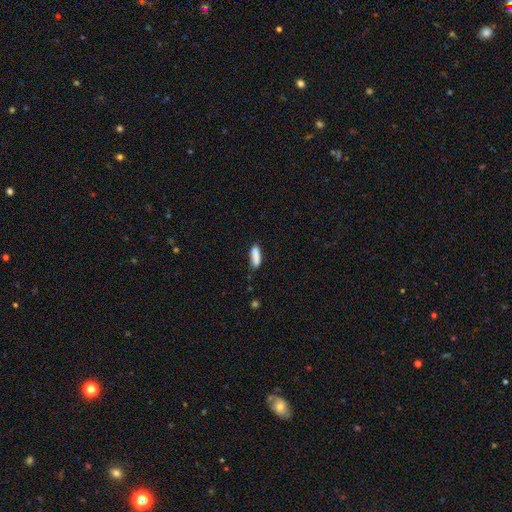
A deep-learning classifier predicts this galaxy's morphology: Q: Smooth or featured?
A: smooth (87%); runner-up: star or artifact (7%)
Q: How rounded?
A: in between (50%); runner-up: cigar-shaped (49%)
Q: Merging?
A: none (78%); runner-up: minor disturbance (17%)